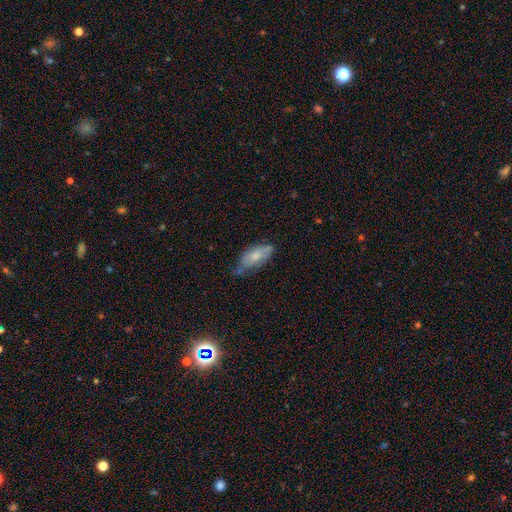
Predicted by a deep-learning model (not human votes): Smooth or featured?
  - smooth: 67% *
  - featured or disk: 26%
  - star or artifact: 7%
How rounded?
  - in between: 87% *
  - cigar-shaped: 10%
  - round: 3%
Merging?
  - none: 50% *
  - minor disturbance: 35%
  - major disturbance: 8%
  - merger: 6%